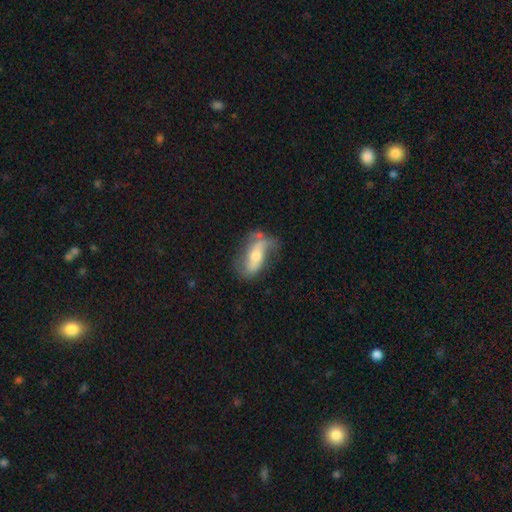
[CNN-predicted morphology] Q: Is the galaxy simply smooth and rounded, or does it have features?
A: featured or disk — 60%.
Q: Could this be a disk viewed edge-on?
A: no — 81%.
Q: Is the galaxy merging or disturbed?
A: none — 50%.